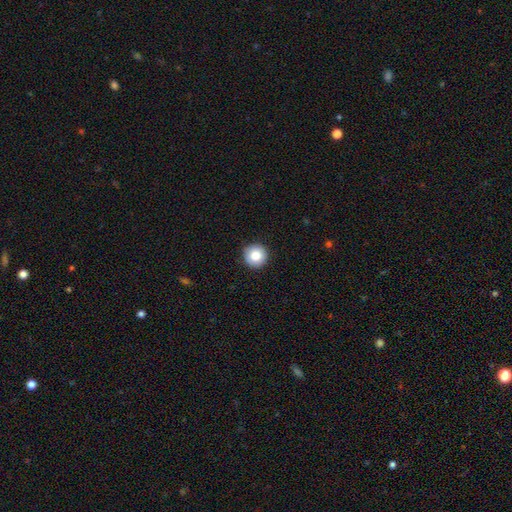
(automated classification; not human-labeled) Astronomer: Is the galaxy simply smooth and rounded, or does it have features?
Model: smooth — 82%.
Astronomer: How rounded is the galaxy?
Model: round — 96%.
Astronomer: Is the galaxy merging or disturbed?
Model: none — 91%.